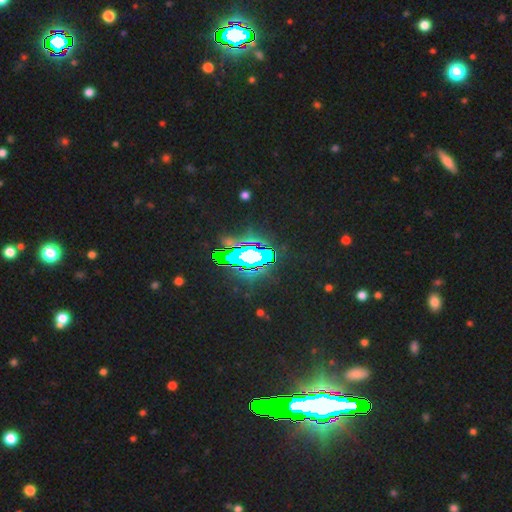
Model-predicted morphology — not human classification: A star or artifact, not a galaxy (74%).

Vote fractions:
- Smooth or featured? star or artifact: 74% / smooth: 14% / featured or disk: 13%